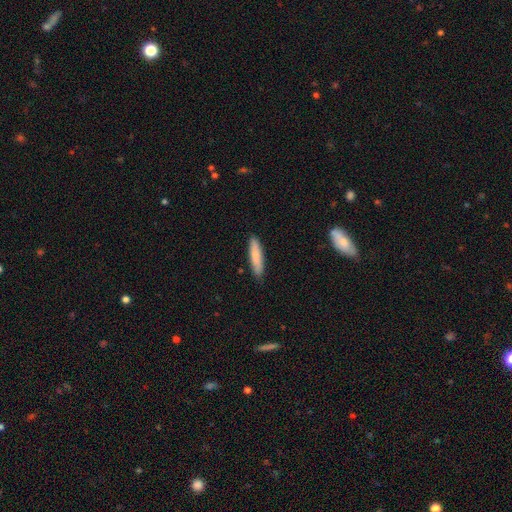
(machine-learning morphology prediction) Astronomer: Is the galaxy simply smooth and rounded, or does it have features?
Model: smooth — 82%.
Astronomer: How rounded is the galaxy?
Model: cigar-shaped — 80%.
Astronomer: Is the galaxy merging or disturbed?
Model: none — 87%.